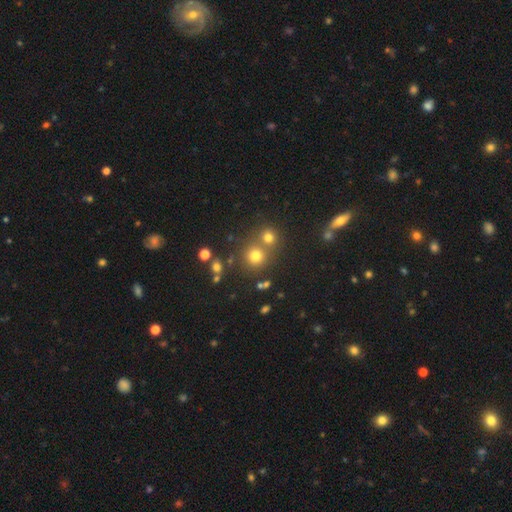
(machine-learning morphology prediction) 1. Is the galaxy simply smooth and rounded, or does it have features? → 73% smooth, 18% star or artifact, 8% featured or disk.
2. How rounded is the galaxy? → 90% round, 9% in between, 1% cigar-shaped.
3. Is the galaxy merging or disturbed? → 64% none, 26% merger, 7% minor disturbance, 3% major disturbance.